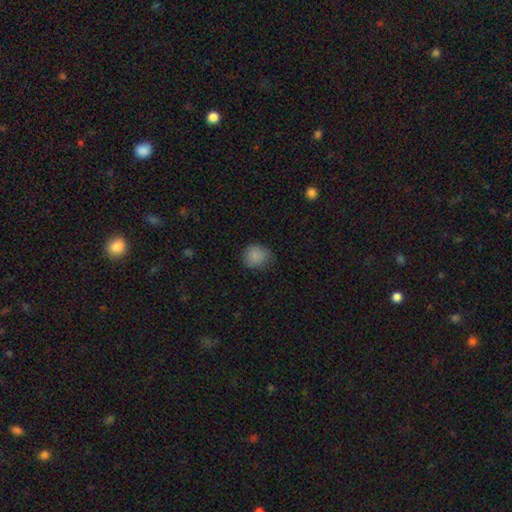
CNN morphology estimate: Smooth or featured?
  - smooth: 86% *
  - star or artifact: 9%
  - featured or disk: 5%
How rounded?
  - round: 83% *
  - in between: 16%
  - cigar-shaped: 1%
Merging?
  - none: 74% *
  - minor disturbance: 21%
  - major disturbance: 4%
  - merger: 1%